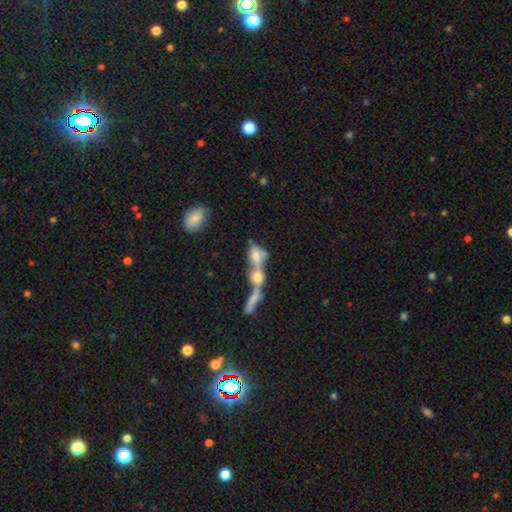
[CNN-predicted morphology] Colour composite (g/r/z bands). It shows a smooth galaxy with no disk features (55%) that is in between round and cigar-shaped (71%). Merging: merger (71%).